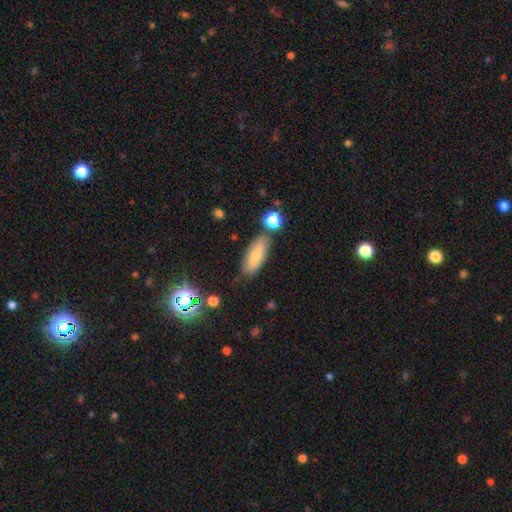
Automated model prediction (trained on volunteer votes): The model was most divided on "how rounded": in between: 68%, cigar-shaped: 29%, round: 3%. More confident: merging — none (74%); smooth or featured — smooth (69%).